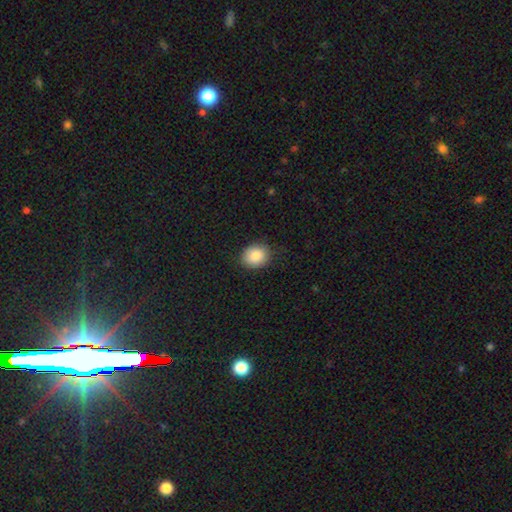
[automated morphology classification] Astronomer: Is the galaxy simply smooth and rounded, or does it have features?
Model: smooth — 85%.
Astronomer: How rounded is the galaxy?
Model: round — 64%.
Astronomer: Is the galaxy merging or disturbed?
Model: none — 85%.